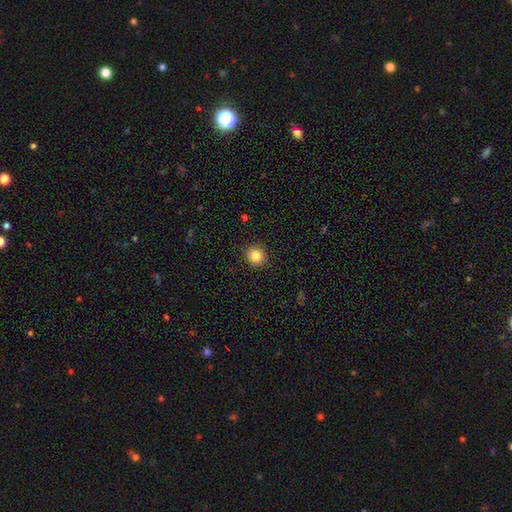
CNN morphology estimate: Overall: smooth (85%). How rounded: round (86%). Merging: none (90%).